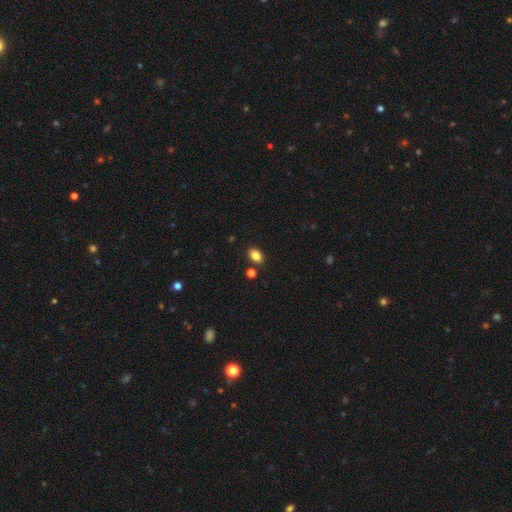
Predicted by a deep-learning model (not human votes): A smooth galaxy with no disk features (84%) that is in between round and cigar-shaped (77%). Merging: none (83%).